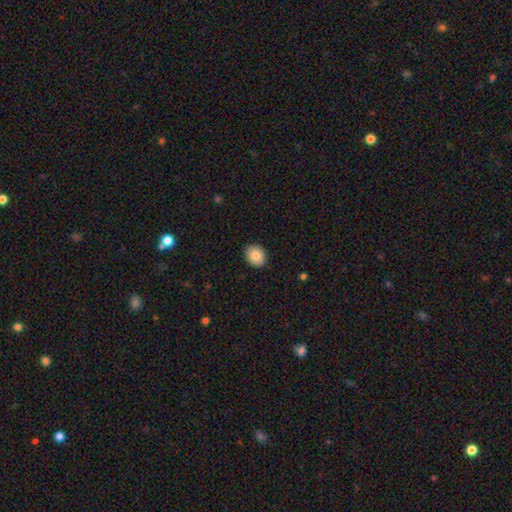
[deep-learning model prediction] Smooth or featured? smooth (87%)
How rounded? round (54%)
Merging? none (90%)